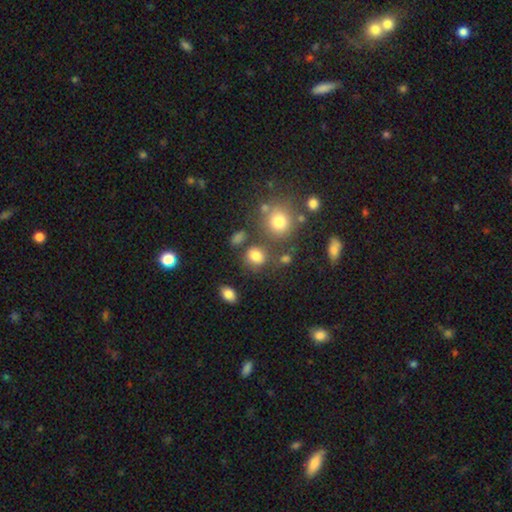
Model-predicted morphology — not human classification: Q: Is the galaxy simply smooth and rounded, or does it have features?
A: smooth — 77%.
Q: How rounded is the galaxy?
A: round — 66%.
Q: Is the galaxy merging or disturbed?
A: none — 65%.